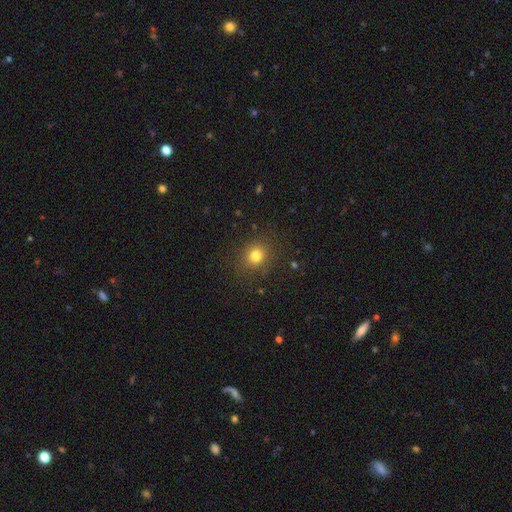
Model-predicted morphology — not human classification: This is likely a smooth galaxy (79%). How rounded: clearly round (81%). Merging: clearly none (87%).